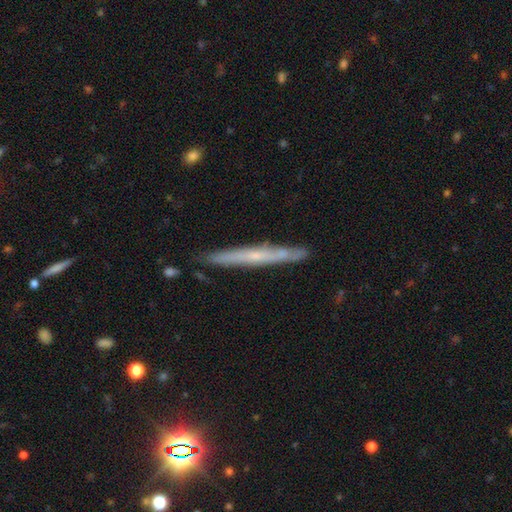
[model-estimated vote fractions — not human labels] A featured or disk galaxy (60%) viewed edge-on (93%) with no central bulge (64%). Merging: none (85%).